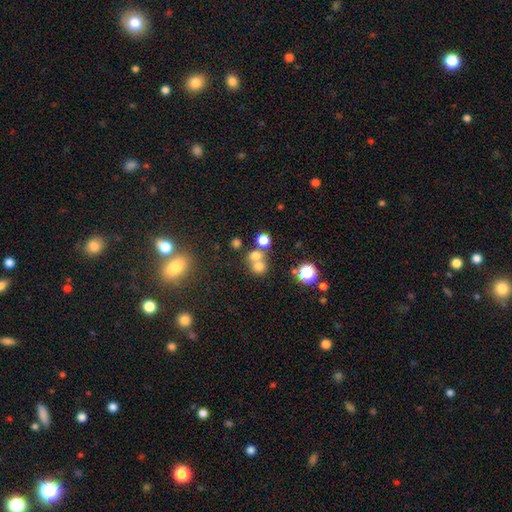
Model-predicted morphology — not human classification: A smooth galaxy with no disk features (68%) that is round (82%). Merging: merger (46%).